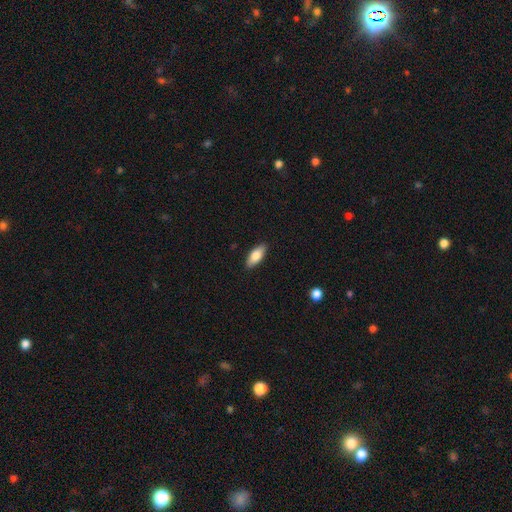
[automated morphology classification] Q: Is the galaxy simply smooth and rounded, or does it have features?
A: smooth — 79%.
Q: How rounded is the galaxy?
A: in between — 80%.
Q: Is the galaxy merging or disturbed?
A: none — 89%.